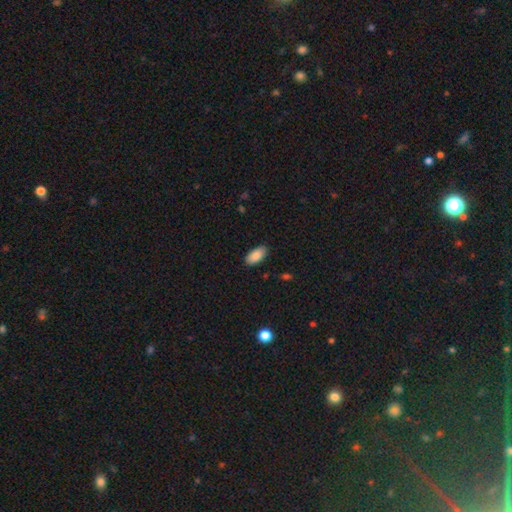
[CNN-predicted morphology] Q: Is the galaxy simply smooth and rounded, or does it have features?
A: smooth — 89%.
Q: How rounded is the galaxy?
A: in between — 95%.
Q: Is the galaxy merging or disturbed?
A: none — 87%.